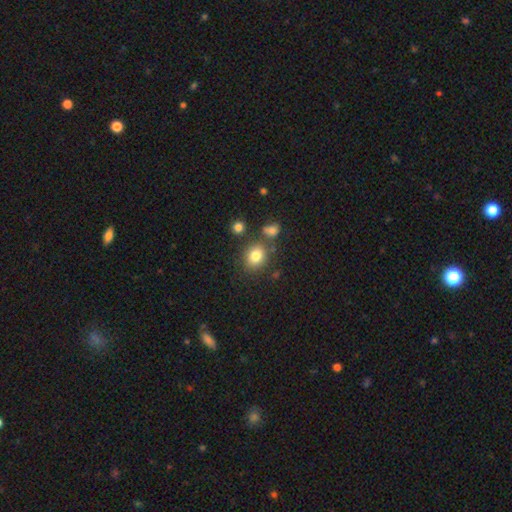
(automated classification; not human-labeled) smooth-or-featured: smooth: 80% | star or artifact: 12% | featured or disk: 8%
  how-rounded: round: 63% | in between: 36% | cigar-shaped: 1%
  merging: none: 74% | minor disturbance: 12% | merger: 10% | major disturbance: 4%